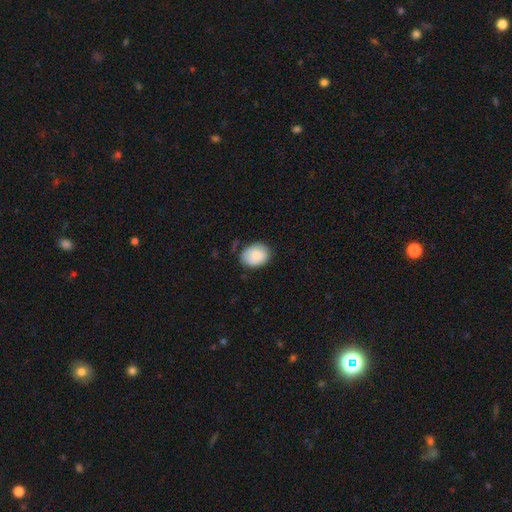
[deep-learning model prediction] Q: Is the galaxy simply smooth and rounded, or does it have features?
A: smooth — 80%.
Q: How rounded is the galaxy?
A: in between — 62%.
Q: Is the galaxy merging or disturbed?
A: none — 67%.